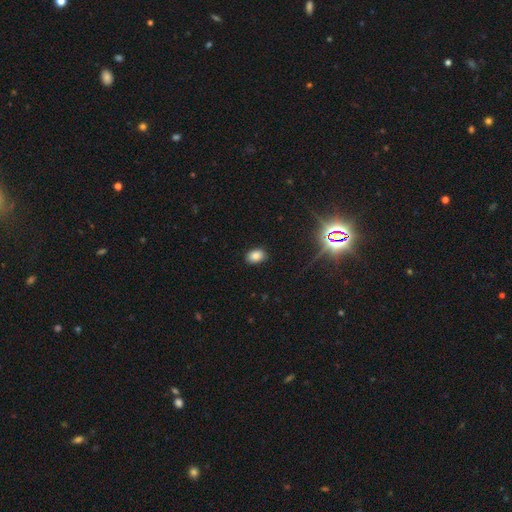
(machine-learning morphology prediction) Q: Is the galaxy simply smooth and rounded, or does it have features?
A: smooth — 81%.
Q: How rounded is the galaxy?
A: in between — 81%.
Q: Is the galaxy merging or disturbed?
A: none — 87%.